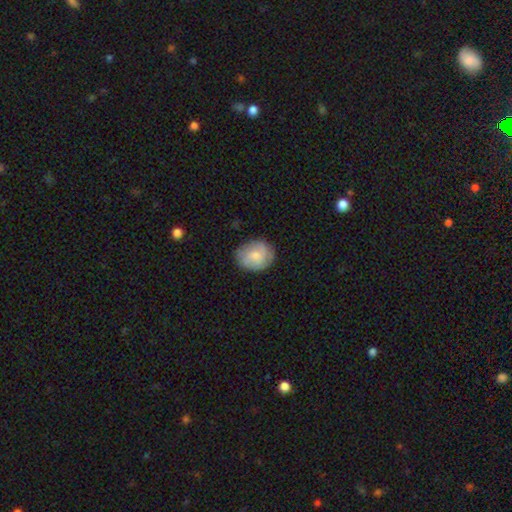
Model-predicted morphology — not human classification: This is likely a smooth galaxy (69%). How rounded: possibly round (56%). Merging: likely none (77%).